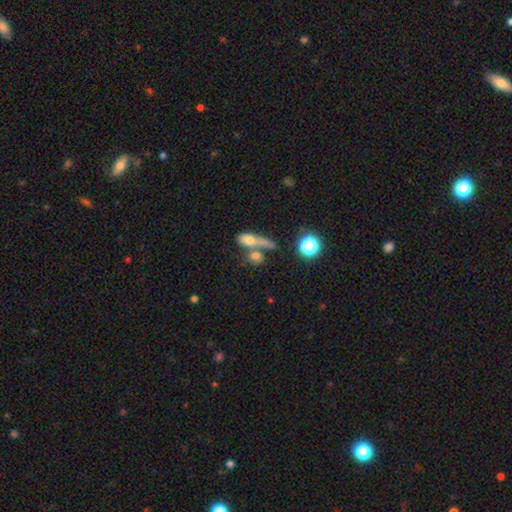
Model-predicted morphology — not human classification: smooth 69%, featured or disk 18%, star or artifact 13%. Down the decision tree: how rounded — in between (45%); merging — merger (47%).